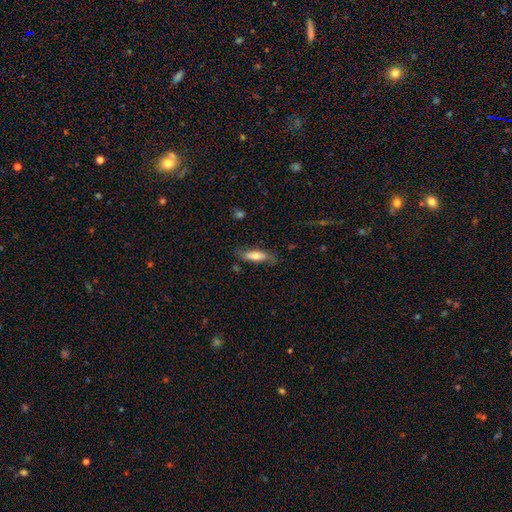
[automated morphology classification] smooth-or-featured: smooth: 64% | featured or disk: 30% | star or artifact: 6%
  how-rounded: in between: 50% | cigar-shaped: 48% | round: 2%
  merging: none: 72% | minor disturbance: 20% | major disturbance: 5% | merger: 2%